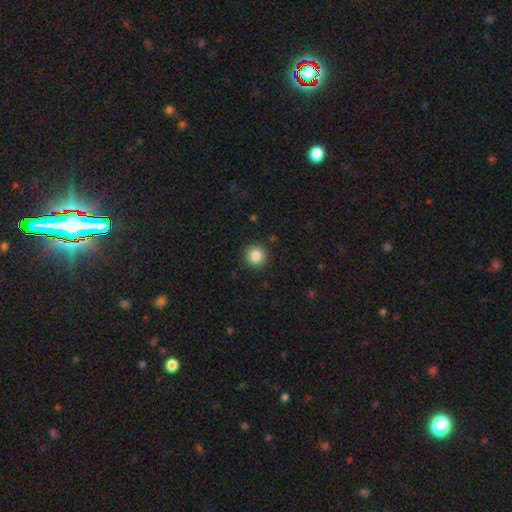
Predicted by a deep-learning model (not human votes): This is clearly a smooth galaxy (86%). How rounded: clearly round (94%). Merging: clearly none (91%).